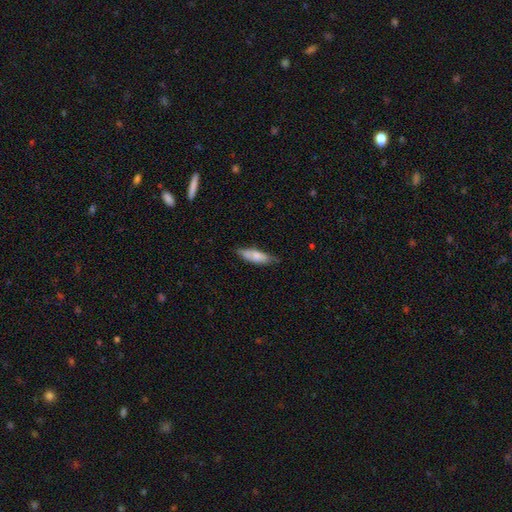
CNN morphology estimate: Q: Smooth or featured?
A: smooth (69%); runner-up: featured or disk (26%)
Q: How rounded?
A: in between (54%); runner-up: cigar-shaped (44%)
Q: Merging?
A: none (66%); runner-up: minor disturbance (27%)